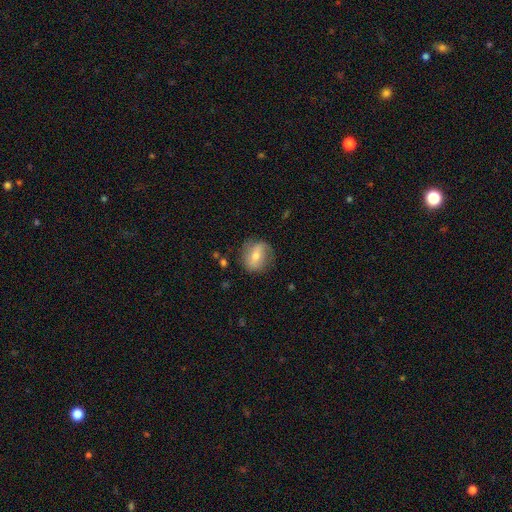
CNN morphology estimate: Smooth or featured? smooth (48%)
Merging? none (71%)